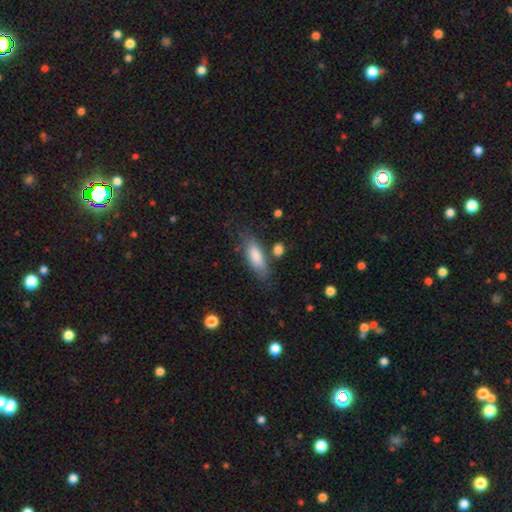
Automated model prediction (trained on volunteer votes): Smooth or featured?
  - smooth: 79% *
  - featured or disk: 14%
  - star or artifact: 7%
How rounded?
  - in between: 66% *
  - cigar-shaped: 32%
  - round: 2%
Merging?
  - none: 73% *
  - minor disturbance: 17%
  - major disturbance: 5%
  - merger: 5%